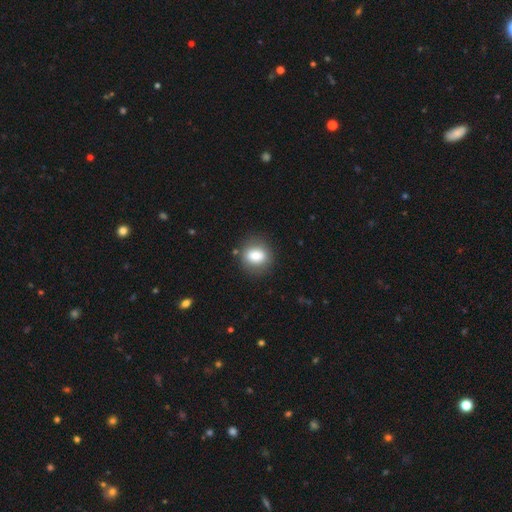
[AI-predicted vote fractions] Morphology: type=smooth (80%); roundness=round (66%); merging=none (83%).